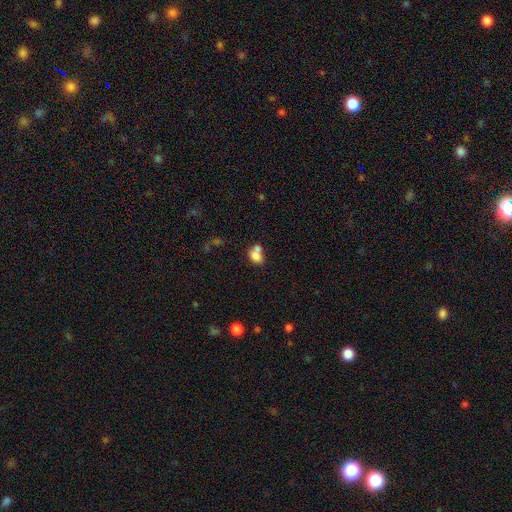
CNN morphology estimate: Overall: smooth (76%). How rounded: in between (68%; round 31%). Merging: merger (54%; none 30%).